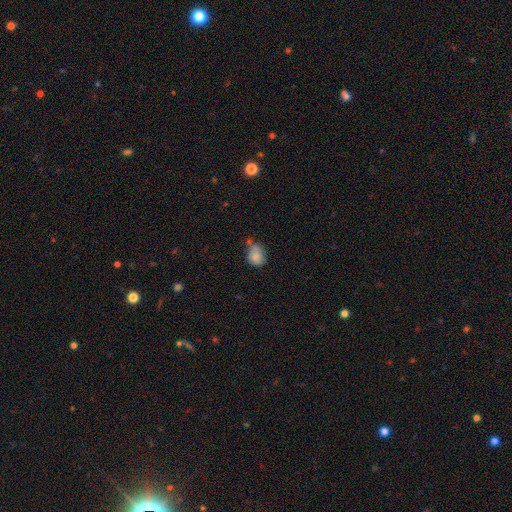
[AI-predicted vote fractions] smooth_or_featured: smooth (p=0.81) [alt: featured or disk p=0.09]
how_rounded: round (p=0.51) [alt: in between p=0.48]
merging: none (p=0.49) [alt: minor disturbance p=0.30]